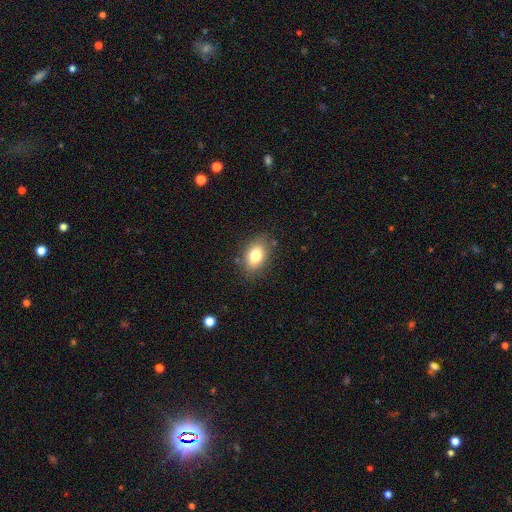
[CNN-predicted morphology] smooth 79%, featured or disk 12%, star or artifact 9%. Down the decision tree: how rounded — in between (86%); merging — none (82%).